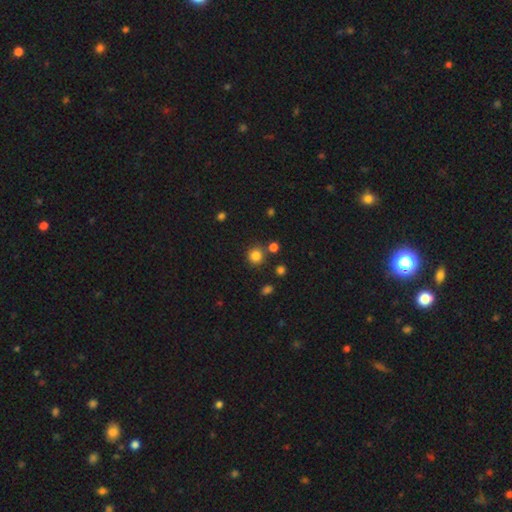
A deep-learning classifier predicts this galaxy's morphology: The model was most divided on "smooth or featured": smooth: 82%, star or artifact: 13%, featured or disk: 5%. More confident: how rounded — round (92%); merging — none (80%).